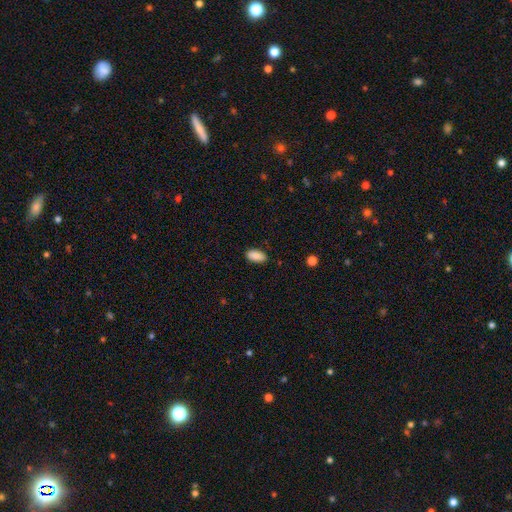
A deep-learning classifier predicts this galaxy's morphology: Smooth or featured: smooth — 90% (star or artifact — 7%)
How rounded: in between — 92% (cigar-shaped — 5%)
Merging: none — 86% (minor disturbance — 11%)